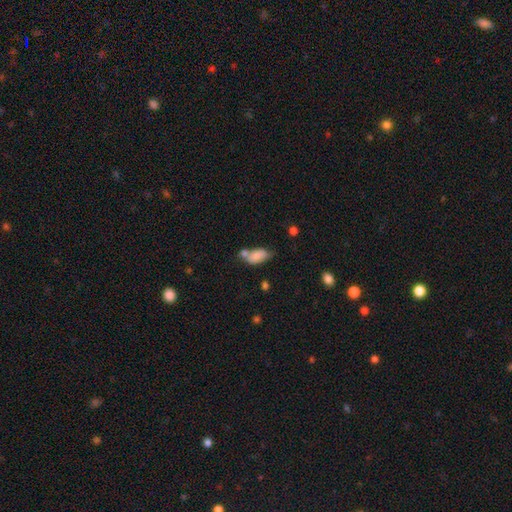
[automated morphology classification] type=smooth (77%); roundness=in between (90%); merging=merger (40%).